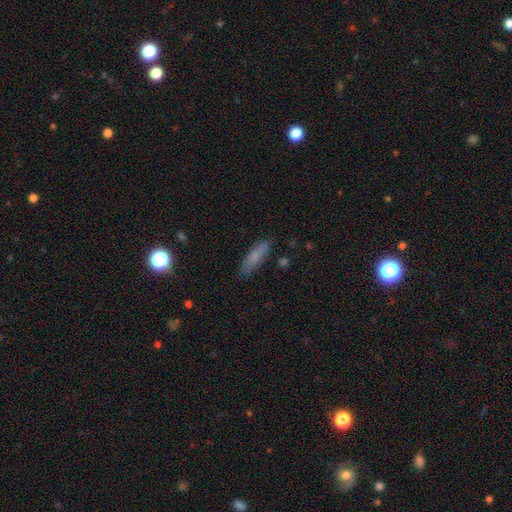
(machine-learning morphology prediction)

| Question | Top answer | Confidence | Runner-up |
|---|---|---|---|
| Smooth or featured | smooth | 71% | featured or disk (20%) |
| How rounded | cigar-shaped | 58% | in between (39%) |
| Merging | none | 79% | minor disturbance (15%) |